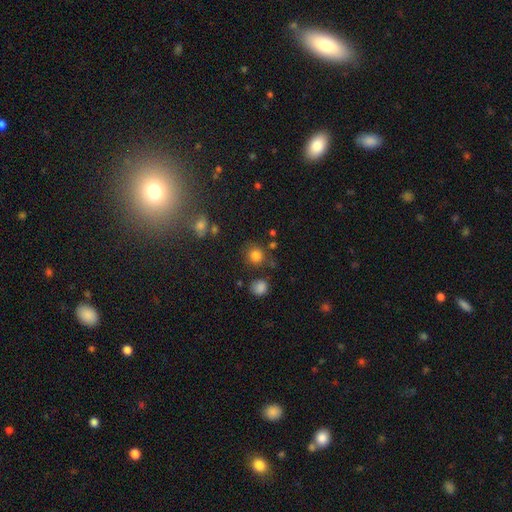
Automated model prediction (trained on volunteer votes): A smooth galaxy with no disk features (80%) that is round (88%).

Vote fractions:
- Smooth or featured? smooth: 80% / star or artifact: 14% / featured or disk: 5%
- How rounded? round: 88% / in between: 11% / cigar-shaped: 1%
- Merging? none: 77% / minor disturbance: 12% / merger: 7% / major disturbance: 5%